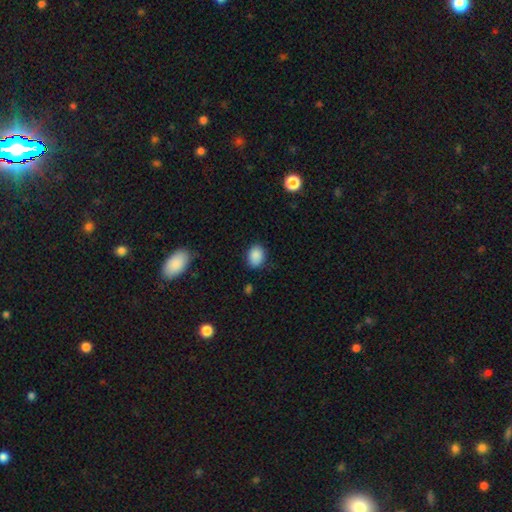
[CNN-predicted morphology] Q: Smooth or featured?
A: smooth (88%); runner-up: star or artifact (9%)
Q: How rounded?
A: in between (63%); runner-up: round (36%)
Q: Merging?
A: none (81%); runner-up: minor disturbance (15%)